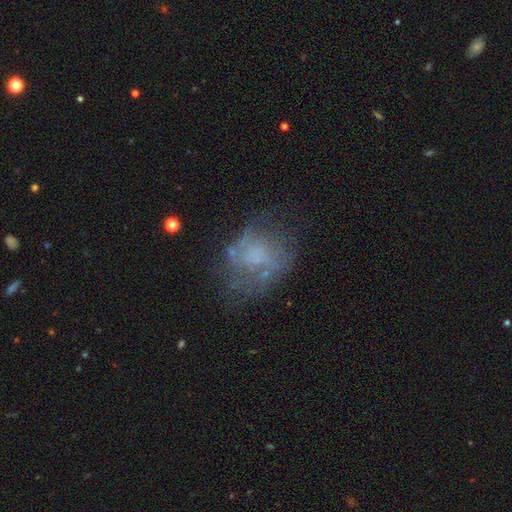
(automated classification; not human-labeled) Overall: featured or disk (55%; smooth 31%). Edge-on disk: no (98%). Bar: no (83%). Spiral arms: no (62%; yes 38%). Bulge size: none (60%). Merging: none (49%; major disturbance 25%).